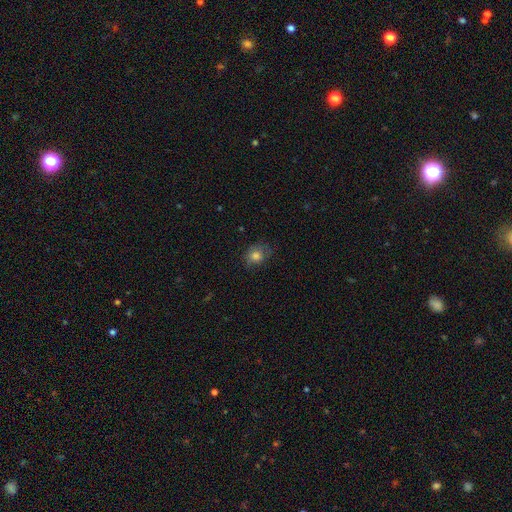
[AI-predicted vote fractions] Overall: smooth (78%). How rounded: round (55%; in between 44%). Merging: none (65%).